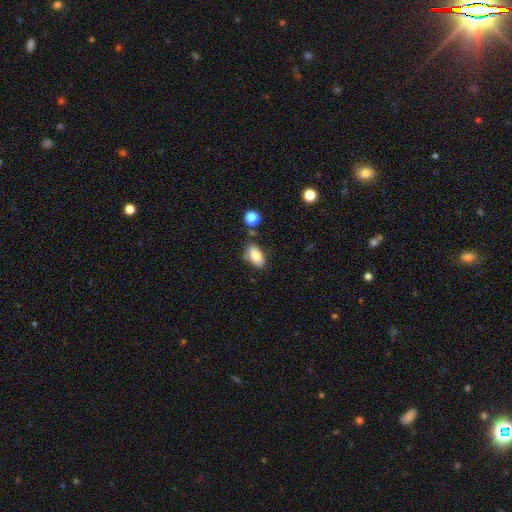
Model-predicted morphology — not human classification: type=smooth (82%); roundness=in between (91%); merging=none (74%).